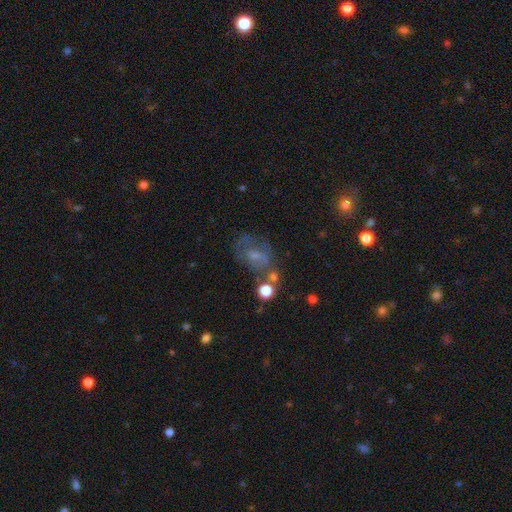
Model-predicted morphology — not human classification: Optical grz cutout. It shows a smooth galaxy with no disk features (45%). Merging: none (42%).